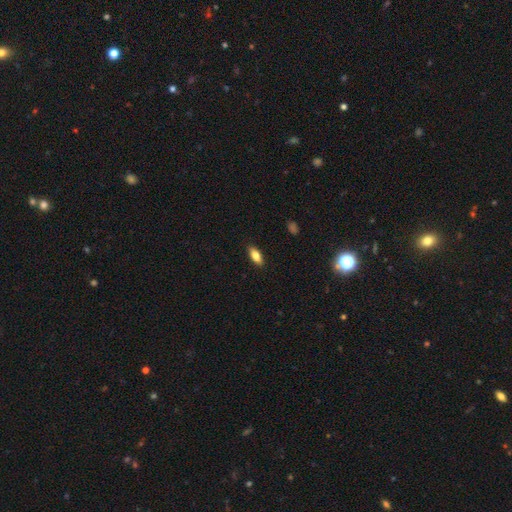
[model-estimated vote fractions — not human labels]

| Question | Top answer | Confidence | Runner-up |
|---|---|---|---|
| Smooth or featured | smooth | 81% | featured or disk (12%) |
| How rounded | in between | 82% | cigar-shaped (16%) |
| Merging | none | 88% | minor disturbance (9%) |